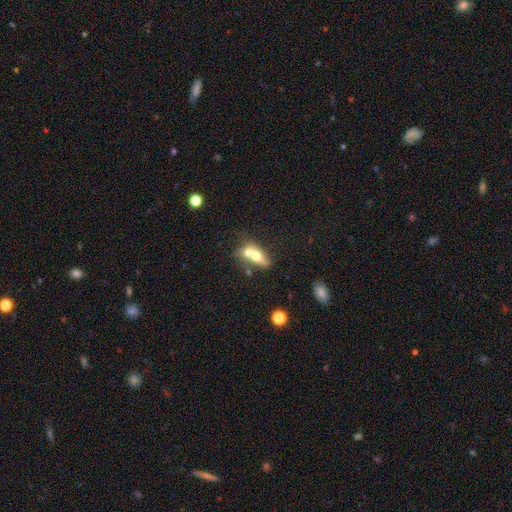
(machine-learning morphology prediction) A smooth galaxy with no disk features (60%) that is in between round and cigar-shaped (60%). Merging: merger (67%).